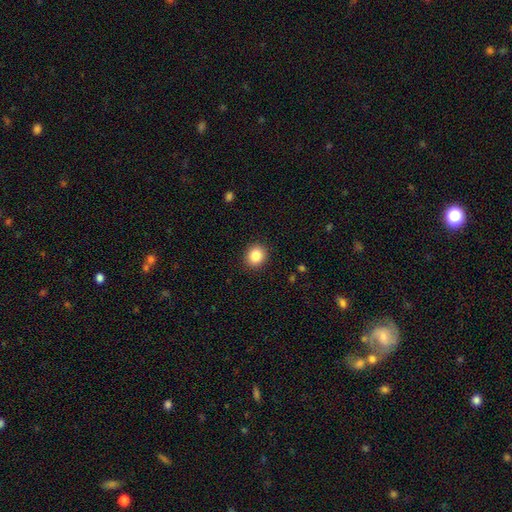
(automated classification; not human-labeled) This is clearly a smooth galaxy (86%). How rounded: likely round (77%). Merging: clearly none (91%).